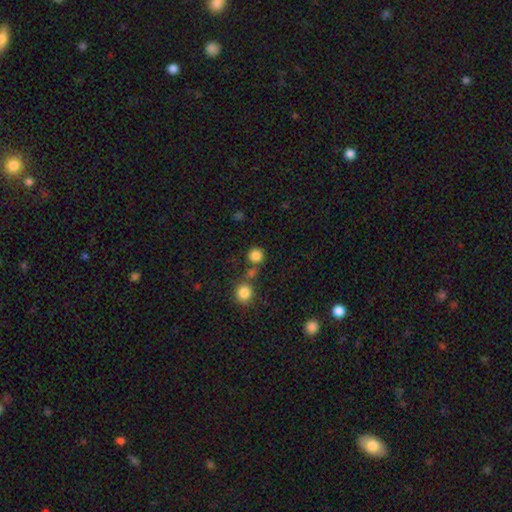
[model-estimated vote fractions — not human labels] smooth 83%, star or artifact 13%, featured or disk 4%. Down the decision tree: how rounded — round (93%); merging — none (74%).